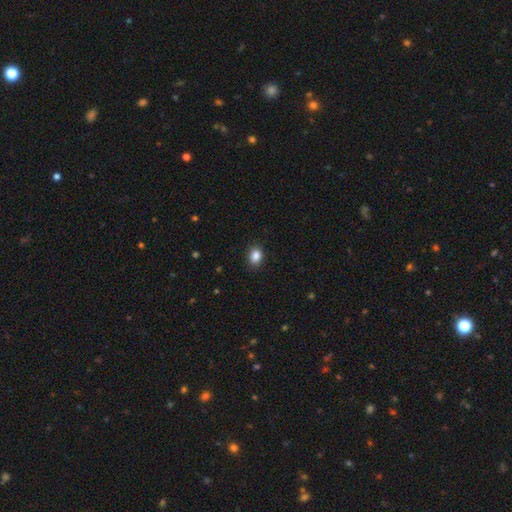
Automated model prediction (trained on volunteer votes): smooth_or_featured: smooth (p=0.87) [alt: star or artifact p=0.09]
how_rounded: in between (p=0.61) [alt: round p=0.38]
merging: none (p=0.89) [alt: minor disturbance p=0.08]